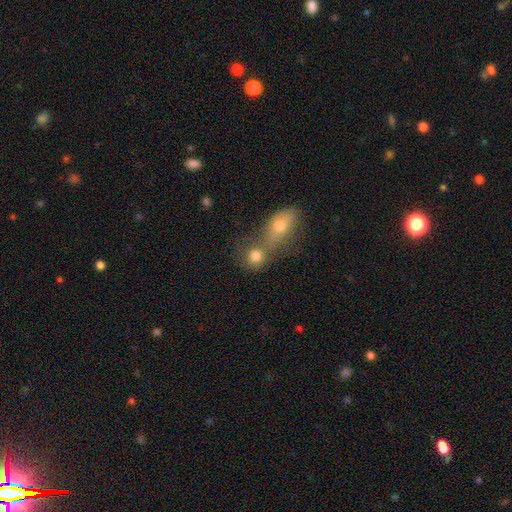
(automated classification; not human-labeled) This is likely a smooth galaxy (77%). How rounded: likely round (71%). Merging: possibly merger (55%).